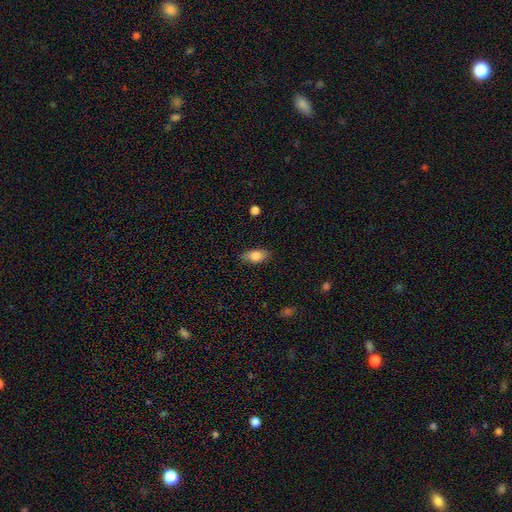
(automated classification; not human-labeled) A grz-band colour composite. It shows a smooth galaxy with no disk features (80%) that is in between round and cigar-shaped (88%). Merging: none (83%).